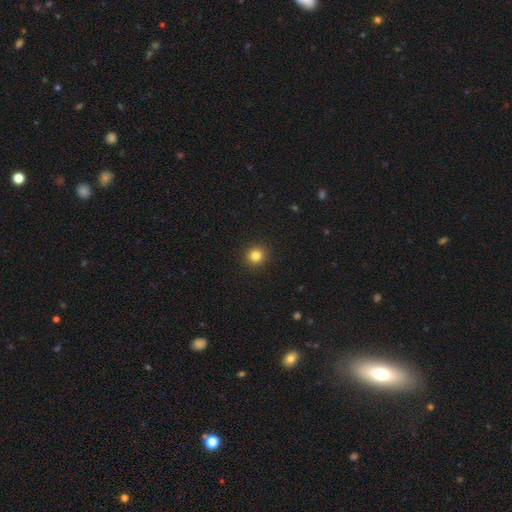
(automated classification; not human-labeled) Overall: smooth (83%). How rounded: round (93%). Merging: none (93%).